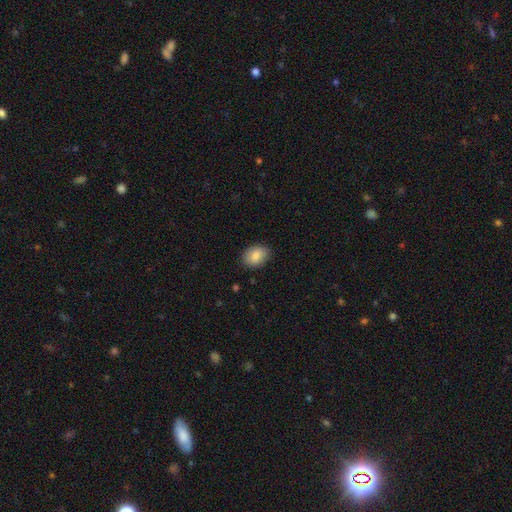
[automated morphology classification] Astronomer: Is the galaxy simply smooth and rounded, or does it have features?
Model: smooth — 86%.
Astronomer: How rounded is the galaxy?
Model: in between — 78%.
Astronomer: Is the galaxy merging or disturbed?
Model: none — 86%.